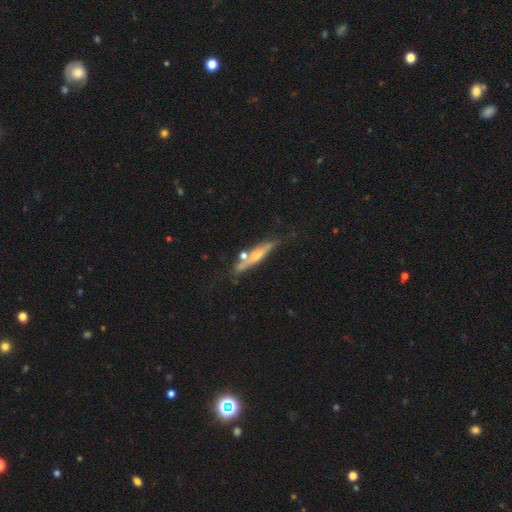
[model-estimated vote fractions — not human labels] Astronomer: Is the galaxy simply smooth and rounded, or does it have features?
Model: featured or disk — 54% (runner-up: smooth, 39%).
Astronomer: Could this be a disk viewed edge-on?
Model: yes — 86%.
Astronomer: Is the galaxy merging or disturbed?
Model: none — 63%.